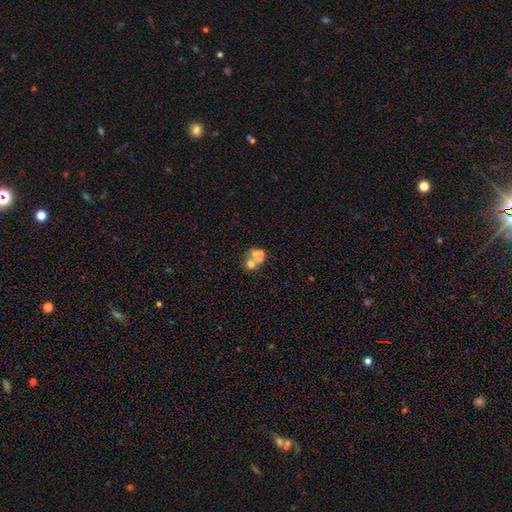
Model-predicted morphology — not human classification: Smooth or featured? Predicted: smooth (p=0.54). How rounded? Predicted: round (p=0.69). Merging? Predicted: merger (p=0.58).